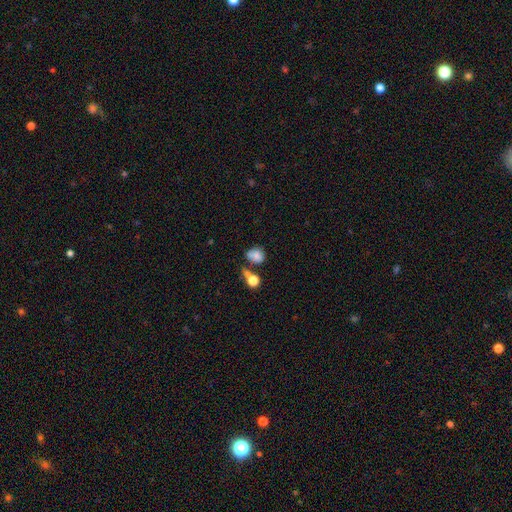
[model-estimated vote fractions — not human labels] smooth_or_featured: smooth (p=0.69) [alt: featured or disk p=0.18]
how_rounded: round (p=0.58) [alt: in between p=0.41]
merging: none (p=0.42) [alt: merger p=0.25]